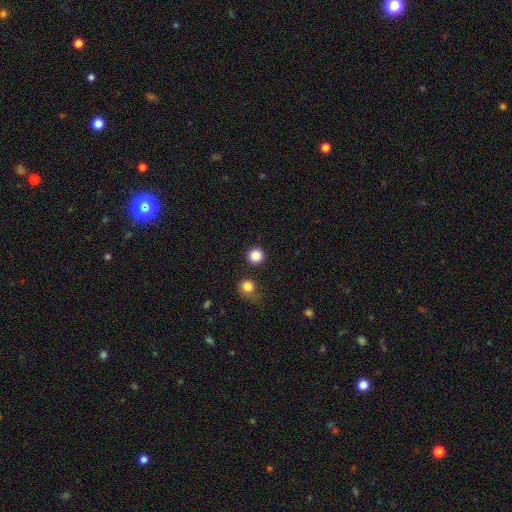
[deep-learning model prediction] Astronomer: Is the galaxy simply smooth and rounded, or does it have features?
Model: smooth — 86%.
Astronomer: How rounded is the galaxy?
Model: round — 95%.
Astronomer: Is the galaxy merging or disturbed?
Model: none — 88%.